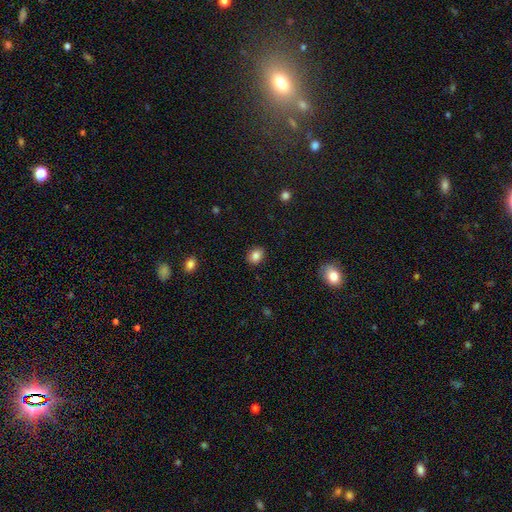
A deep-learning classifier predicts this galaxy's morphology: smooth 85%, star or artifact 10%, featured or disk 6%. Down the decision tree: how rounded — in between (57%); merging — none (88%).